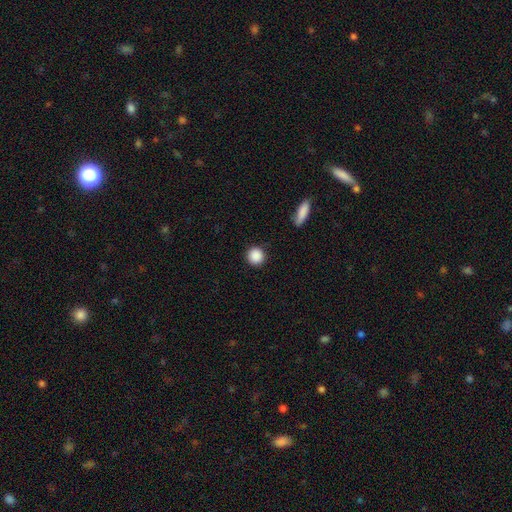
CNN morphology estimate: This appears to be a smooth galaxy with no disk features (89%) that is round (93%). Merging: none (90%).